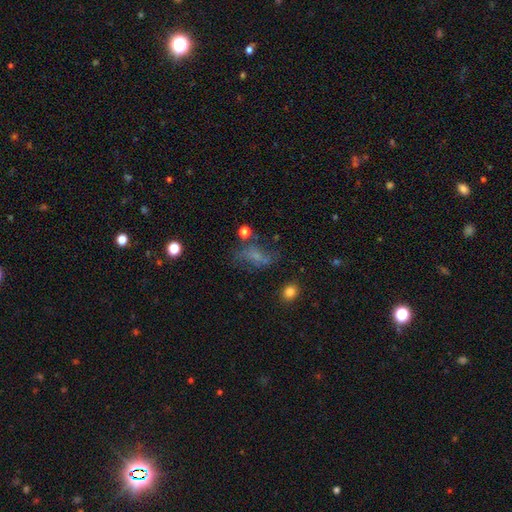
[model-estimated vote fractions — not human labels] This is marginally a featured or disk galaxy (42%). Merging: possibly none (49%).